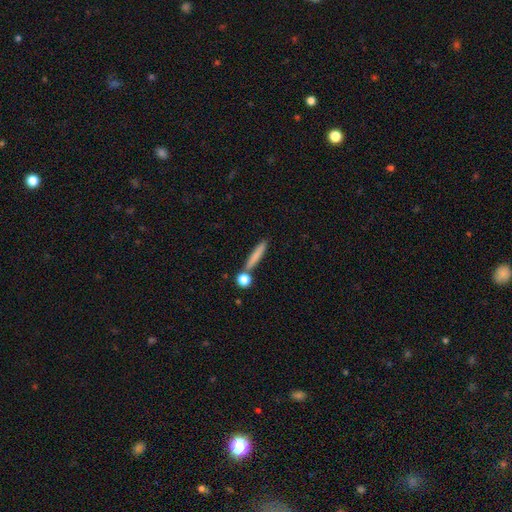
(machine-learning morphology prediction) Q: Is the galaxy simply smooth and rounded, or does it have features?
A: smooth — 76%.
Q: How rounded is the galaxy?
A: cigar-shaped — 86%.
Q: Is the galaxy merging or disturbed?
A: none — 77%.